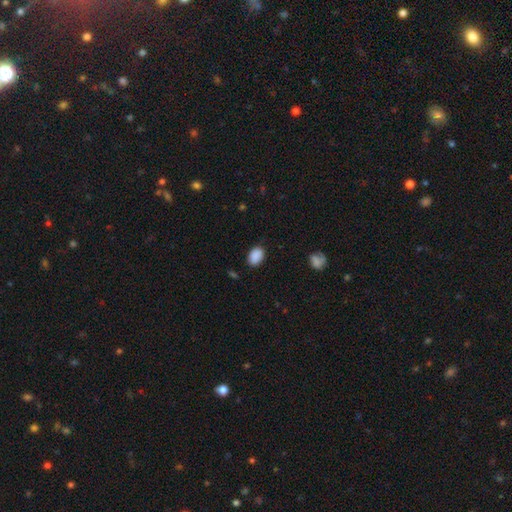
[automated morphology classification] type=smooth (88%); roundness=in between (81%); merging=none (82%).